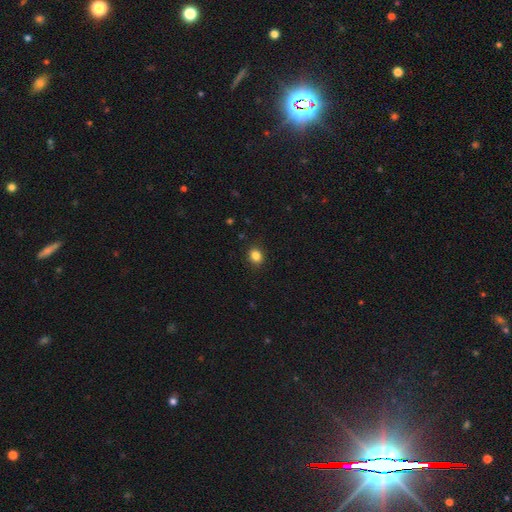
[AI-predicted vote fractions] Smooth or featured?
  - smooth: 85% *
  - star or artifact: 11%
  - featured or disk: 4%
How rounded?
  - round: 61% *
  - in between: 38%
  - cigar-shaped: 1%
Merging?
  - none: 89% *
  - minor disturbance: 8%
  - major disturbance: 2%
  - merger: 1%